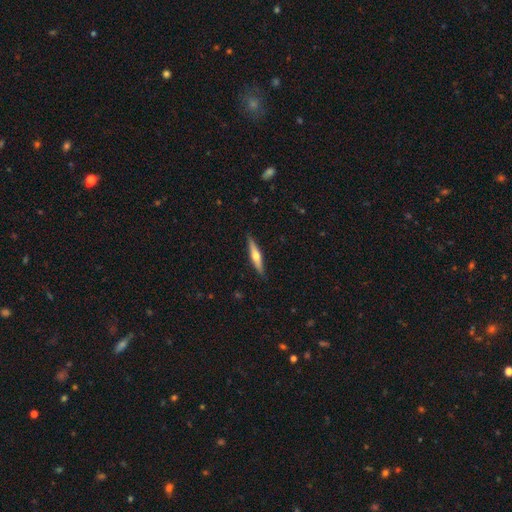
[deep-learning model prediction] Smooth or featured? featured or disk (58%)
Edge-on disk? yes (96%)
Edge-on bulge? rounded (91%)
Merging? none (90%)